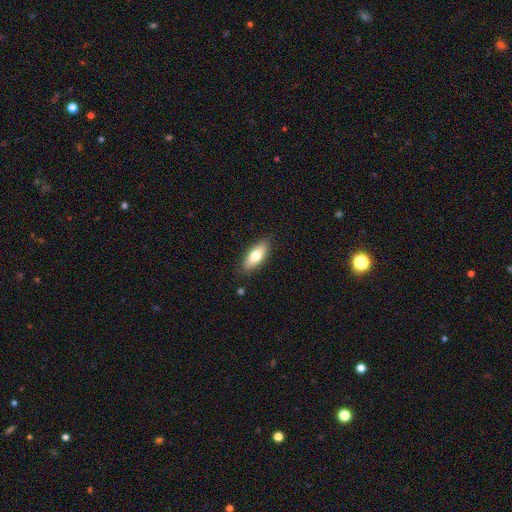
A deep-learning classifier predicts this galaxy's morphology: This appears to be a smooth galaxy with no disk features (73%) that is in between round and cigar-shaped (76%). Merging: none (86%).